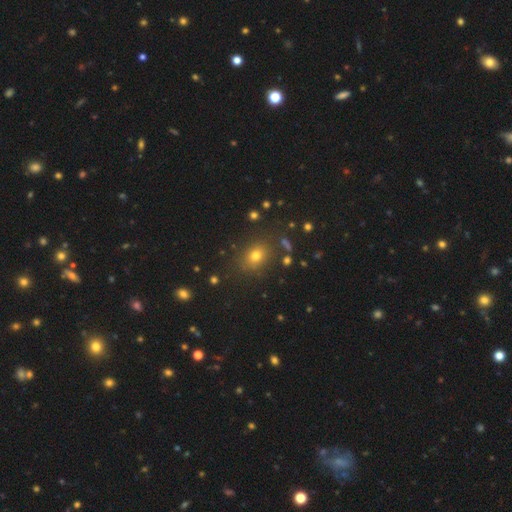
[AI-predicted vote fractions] smooth 71%, star or artifact 20%, featured or disk 9%. Down the decision tree: how rounded — in between (49%, tied with round); merging — none (83%).